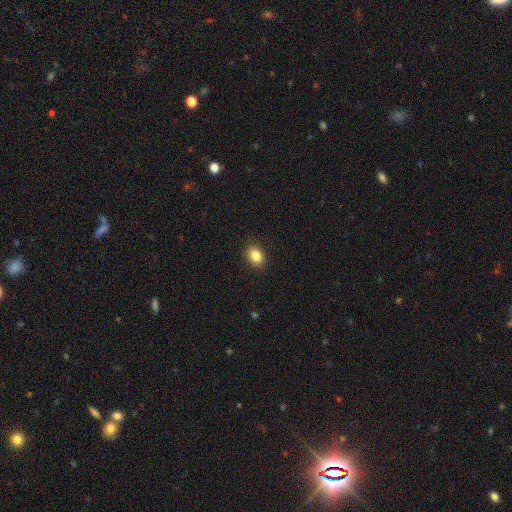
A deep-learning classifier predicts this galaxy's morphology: A smooth galaxy with no disk features (85%) that is in between round and cigar-shaped (72%).

Vote fractions:
- Smooth or featured? smooth: 85% / star or artifact: 9% / featured or disk: 6%
- How rounded? in between: 72% / round: 27% / cigar-shaped: 1%
- Merging? none: 89% / minor disturbance: 8% / major disturbance: 2% / merger: 1%